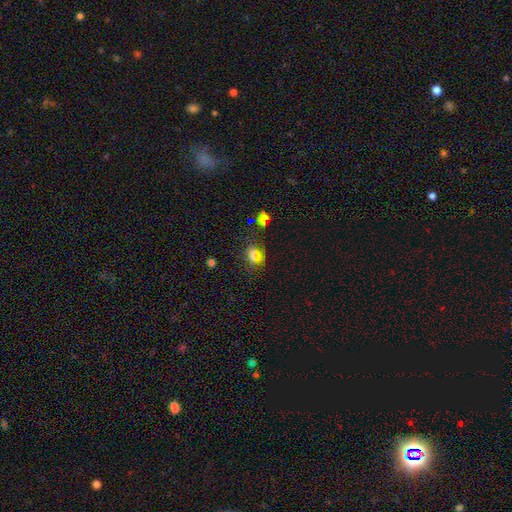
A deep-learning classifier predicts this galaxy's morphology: type=smooth (61%); roundness=round (53%); merging=none (75%).